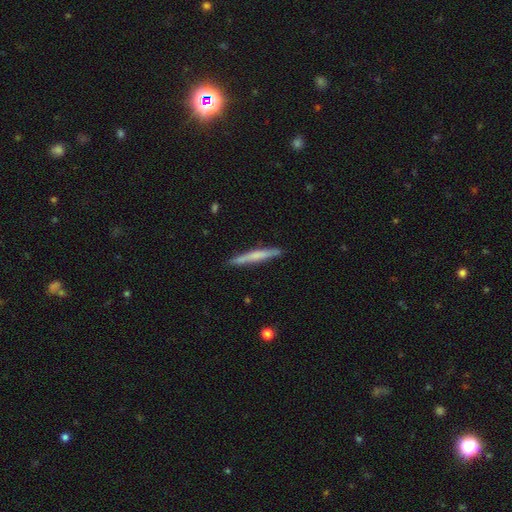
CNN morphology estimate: Q: Smooth or featured?
A: smooth (56%); runner-up: featured or disk (38%)
Q: How rounded?
A: cigar-shaped (96%); runner-up: in between (3%)
Q: Merging?
A: none (89%); runner-up: minor disturbance (8%)